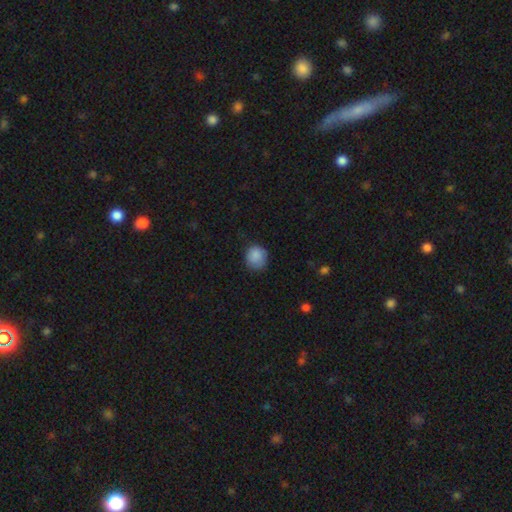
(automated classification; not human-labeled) The model was most divided on "merging": none: 74%, minor disturbance: 21%, major disturbance: 4%, merger: 1%. More confident: smooth or featured — smooth (87%); how rounded — round (83%).